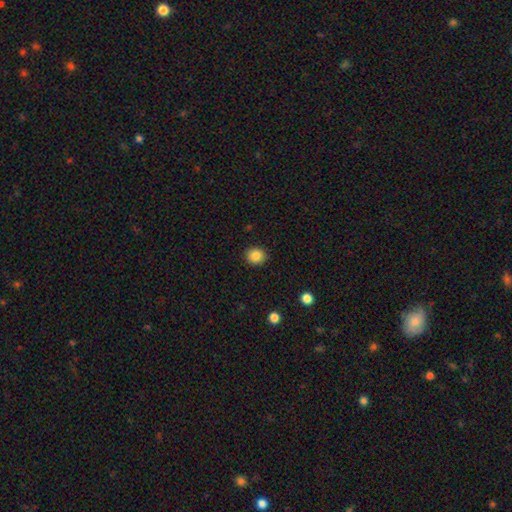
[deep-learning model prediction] A smooth galaxy with no disk features (86%) that is round (83%). Merging: none (90%).